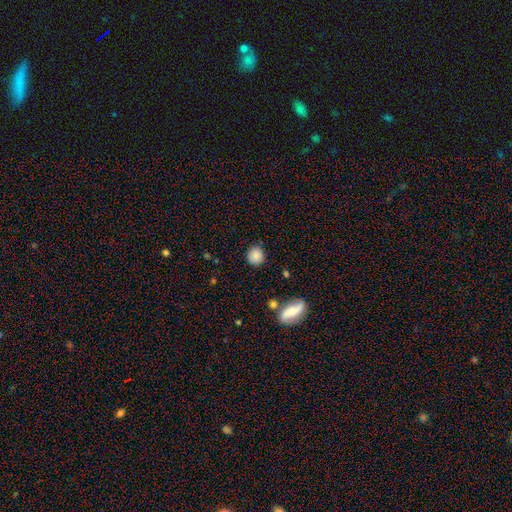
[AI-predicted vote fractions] Smooth or featured?
  - smooth: 82% *
  - star or artifact: 9%
  - featured or disk: 9%
How rounded?
  - round: 87% *
  - in between: 12%
  - cigar-shaped: 1%
Merging?
  - none: 82% *
  - minor disturbance: 12%
  - major disturbance: 3%
  - merger: 3%